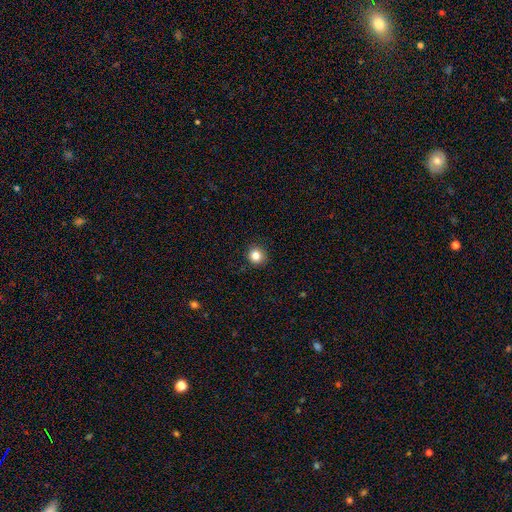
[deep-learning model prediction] This appears to be a smooth galaxy with no disk features (83%) that is round (93%). Merging: none (92%).